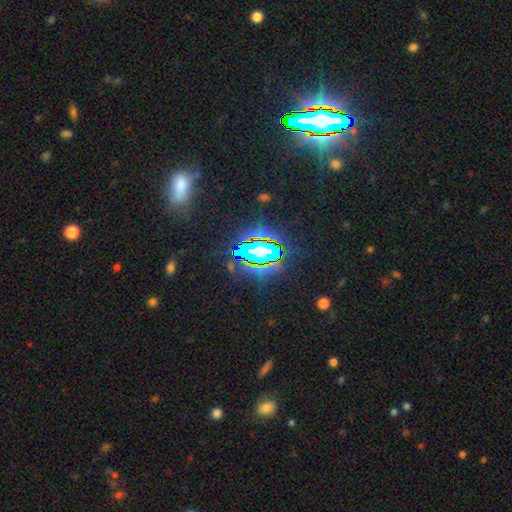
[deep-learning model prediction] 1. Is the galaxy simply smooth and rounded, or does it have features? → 79% star or artifact, 12% smooth, 9% featured or disk.